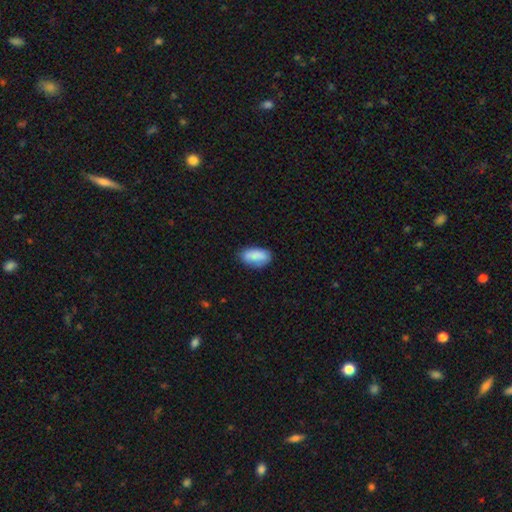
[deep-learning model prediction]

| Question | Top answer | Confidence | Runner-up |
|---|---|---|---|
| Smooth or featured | smooth | 85% | featured or disk (9%) |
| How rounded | in between | 92% | cigar-shaped (4%) |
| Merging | none | 75% | minor disturbance (20%) |